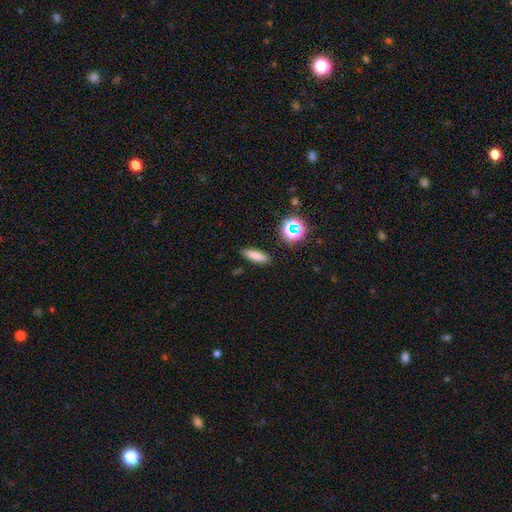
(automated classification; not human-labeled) Smooth or featured? smooth (78%)
How rounded? cigar-shaped (57%)
Merging? none (88%)